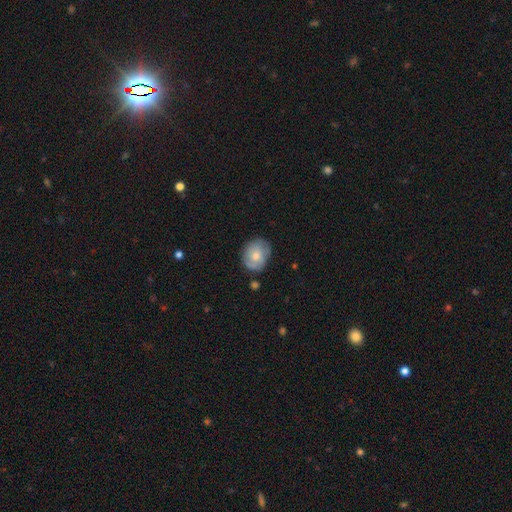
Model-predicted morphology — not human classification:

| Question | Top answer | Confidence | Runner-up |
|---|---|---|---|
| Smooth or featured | smooth | 63% | featured or disk (30%) |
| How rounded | round | 65% | in between (34%) |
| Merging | none | 70% | minor disturbance (23%) |